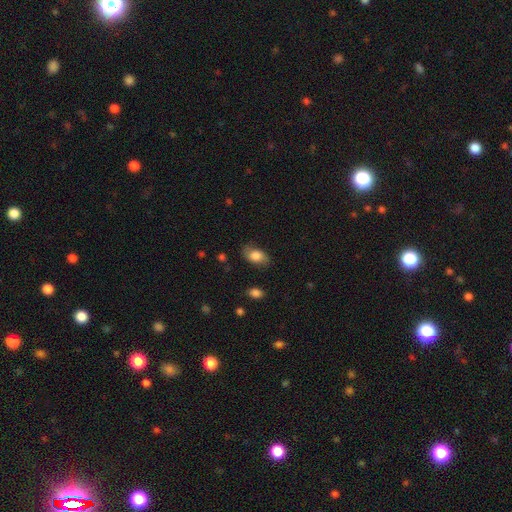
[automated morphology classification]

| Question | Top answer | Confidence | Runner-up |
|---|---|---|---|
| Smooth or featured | smooth | 74% | featured or disk (18%) |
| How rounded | in between | 88% | round (10%) |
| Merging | none | 71% | minor disturbance (21%) |